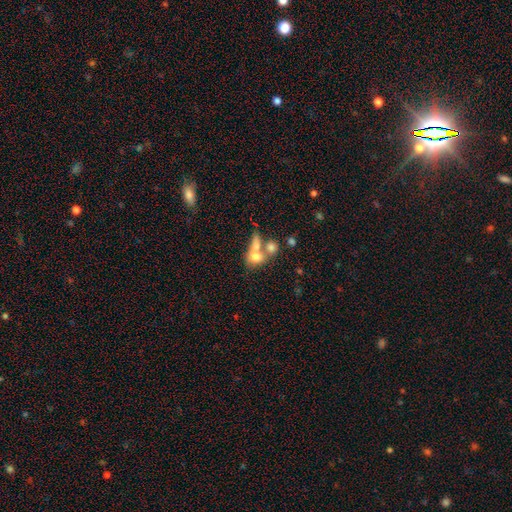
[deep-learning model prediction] A smooth galaxy with no disk features (67%) that is in between round and cigar-shaped (48%).

Vote fractions:
- Smooth or featured? smooth: 67% / featured or disk: 22% / star or artifact: 12%
- How rounded? in between: 48% / round: 47% / cigar-shaped: 5%
- Merging? merger: 60% / none: 24% / major disturbance: 8% / minor disturbance: 8%